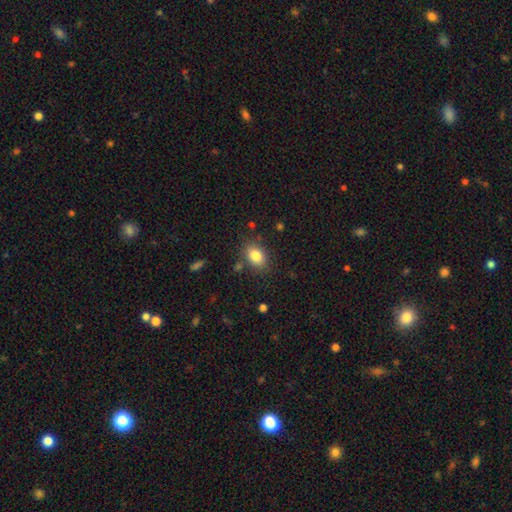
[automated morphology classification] smooth 83%, star or artifact 9%, featured or disk 8%. Down the decision tree: how rounded — in between (73%); merging — none (81%).